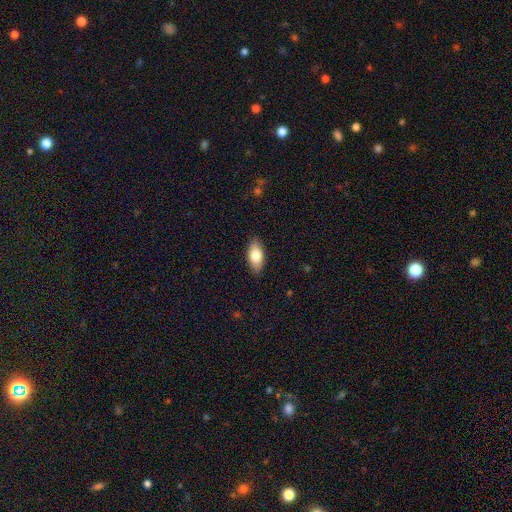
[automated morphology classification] Smooth or featured? Predicted: smooth (p=0.80). How rounded? Predicted: in between (p=0.89). Merging? Predicted: none (p=0.87).